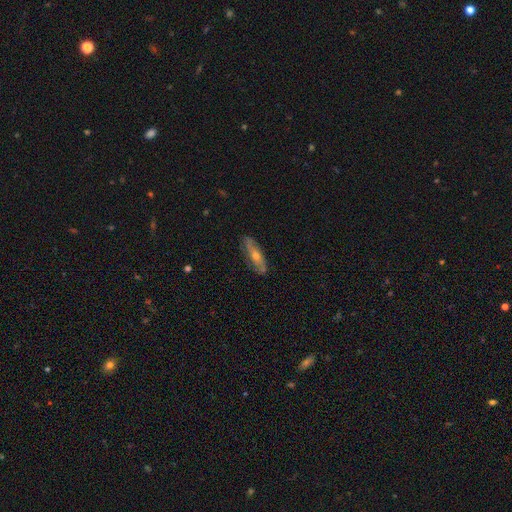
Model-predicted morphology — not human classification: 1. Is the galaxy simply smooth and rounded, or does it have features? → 63% featured or disk, 30% smooth, 7% star or artifact.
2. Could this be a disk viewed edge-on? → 56% no, 44% yes.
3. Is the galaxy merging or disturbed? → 81% none, 14% minor disturbance, 3% major disturbance, 1% merger.